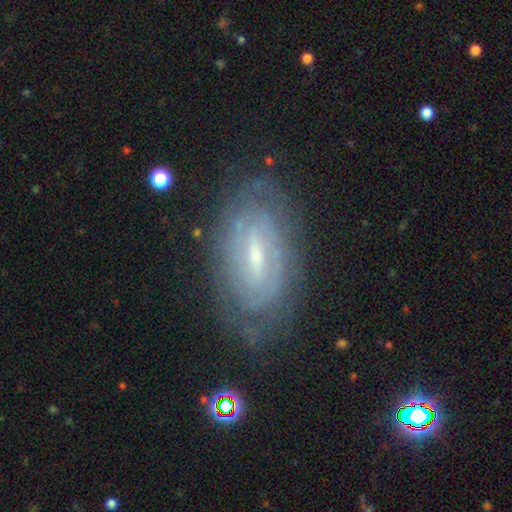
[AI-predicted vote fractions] The model was most divided on "bar": weak: 45%, strong: 39%, no: 16%. Remaining: edge-on disk — no (92%); spiral arms — yes (89%); smooth or featured — featured or disk (82%); merging — none (77%); spiral winding — tight (76%); bulge size — small (65%); spiral arm count — can't tell (49%).